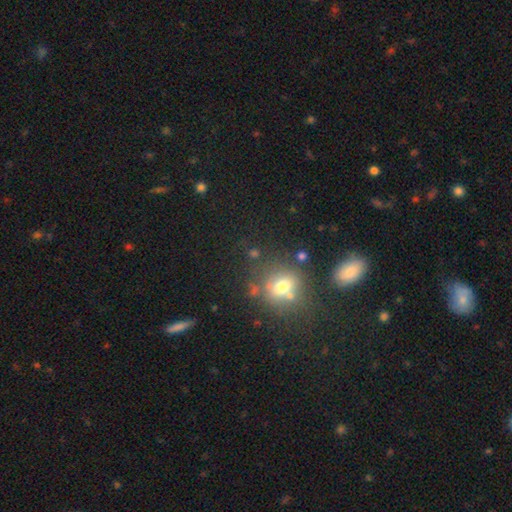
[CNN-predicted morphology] Q: Smooth or featured?
A: smooth (56%); runner-up: star or artifact (29%)
Q: How rounded?
A: round (68%); runner-up: in between (30%)
Q: Merging?
A: none (66%); runner-up: merger (16%)